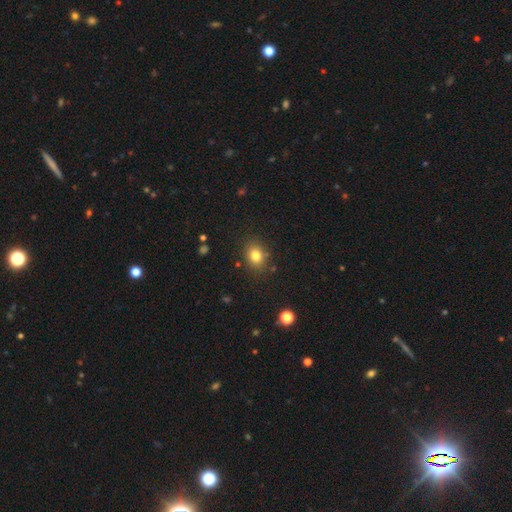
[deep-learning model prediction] Smooth or featured: smooth — 80% (star or artifact — 12%)
How rounded: in between — 50% (round — 49%)
Merging: none — 83% (minor disturbance — 11%)